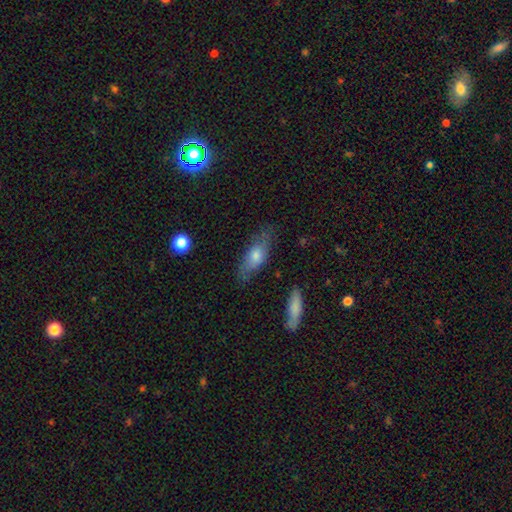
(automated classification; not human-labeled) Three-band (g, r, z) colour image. It shows a smooth galaxy with no disk features (65%) that is in between round and cigar-shaped (67%). Merging: none (72%).